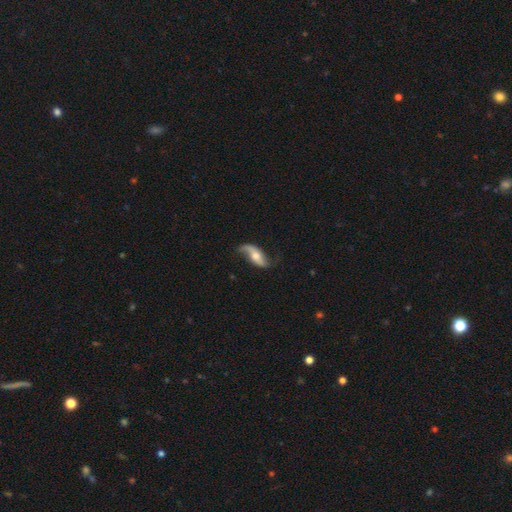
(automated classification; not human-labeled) Morphology: type=featured or disk (78%); edge-on=no (90%); bar=no (52%); spiral arms=yes (93%); winding=loose (85%); arm count=2 (89%); bulge=moderate (63%); merging=none (69%).